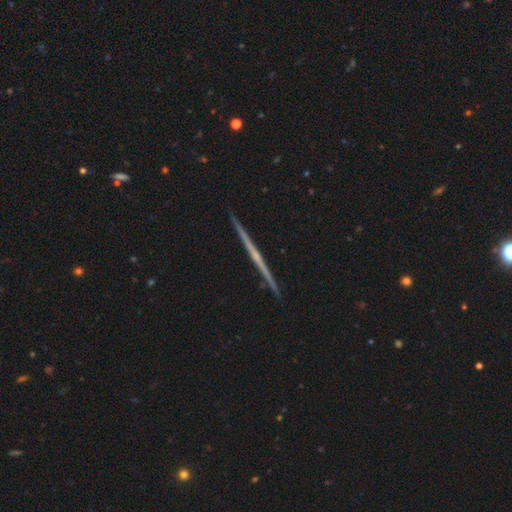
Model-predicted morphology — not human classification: The model was most divided on "edge-on bulge": none: 69%, rounded: 26%, boxy: 5%. More confident: edge-on disk — yes (99%); merging — none (93%); smooth or featured — featured or disk (76%).